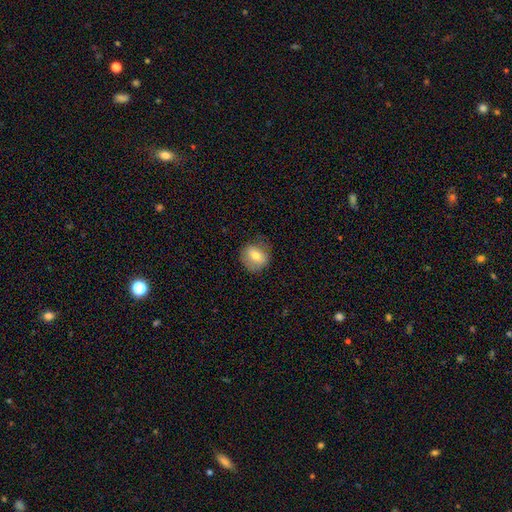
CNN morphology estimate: This appears to be a smooth galaxy with no disk features (65%) that is round (74%). Merging: none (79%).